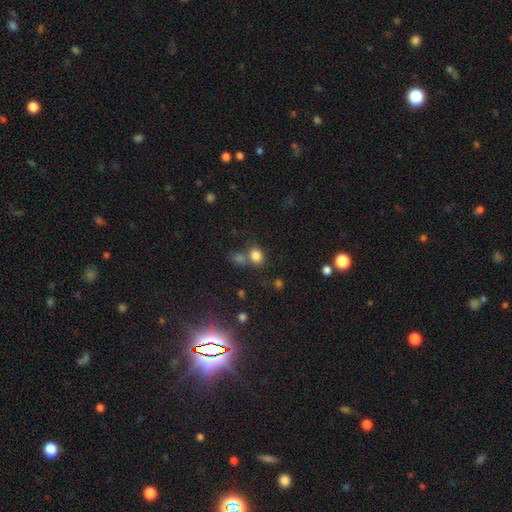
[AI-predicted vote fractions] Smooth or featured? Predicted: smooth (p=0.81). How rounded? Predicted: round (p=0.50). Merging? Predicted: none (p=0.55).